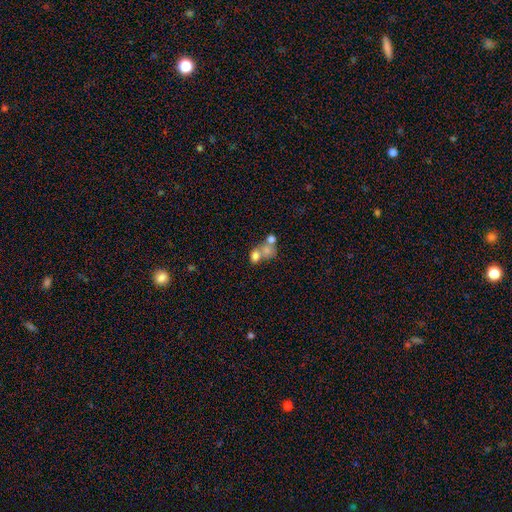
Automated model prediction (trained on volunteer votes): Smooth or featured?
  - smooth: 65% *
  - featured or disk: 22%
  - star or artifact: 13%
How rounded?
  - round: 56% *
  - in between: 43%
  - cigar-shaped: 1%
Merging?
  - merger: 64% *
  - none: 23%
  - minor disturbance: 7%
  - major disturbance: 6%